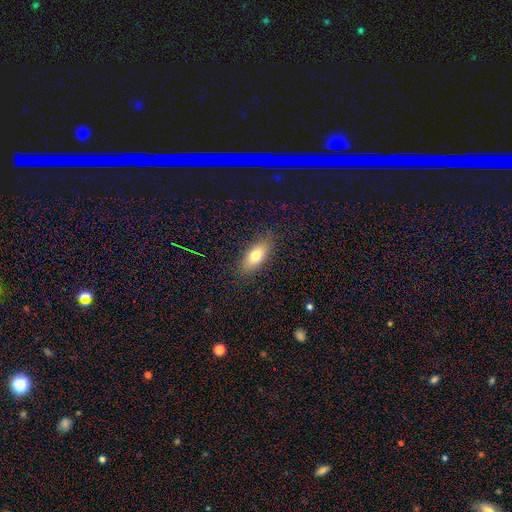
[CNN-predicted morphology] This is likely a smooth galaxy (73%). How rounded: likely in between (78%). Merging: clearly none (85%).